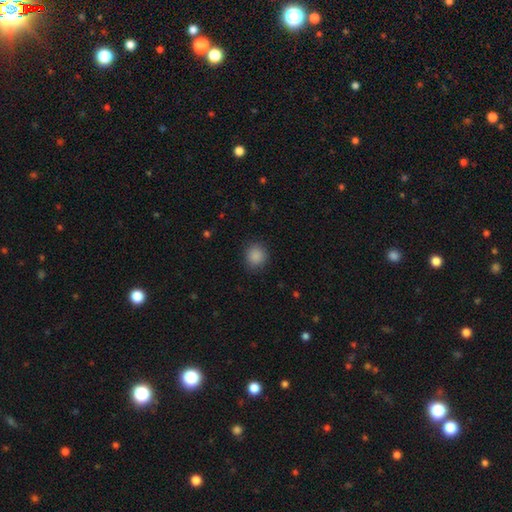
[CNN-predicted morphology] Smooth or featured? Predicted: smooth (p=0.87). How rounded? Predicted: round (p=0.85). Merging? Predicted: none (p=0.87).